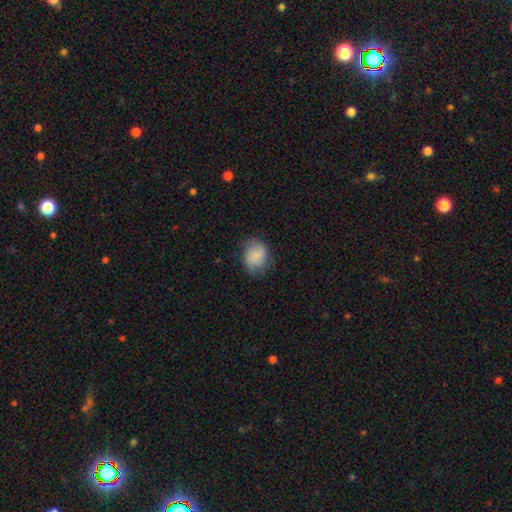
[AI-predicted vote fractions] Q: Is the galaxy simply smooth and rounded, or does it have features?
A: smooth — 77%.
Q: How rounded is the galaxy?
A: round — 54%.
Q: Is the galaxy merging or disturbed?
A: none — 69%.